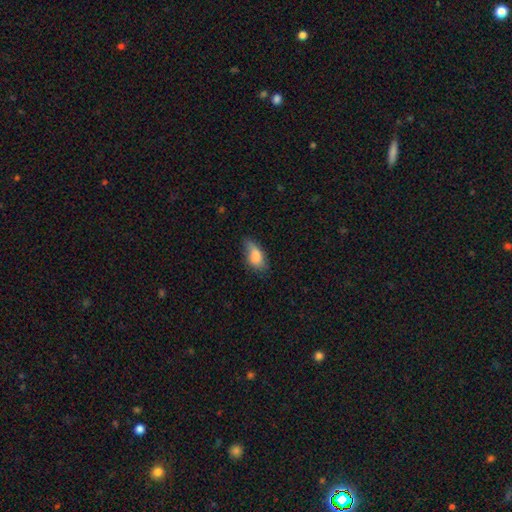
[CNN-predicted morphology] The model was most divided on "merging": none: 49%, minor disturbance: 37%, major disturbance: 12%, merger: 3%. More confident: how rounded — in between (87%); smooth or featured — smooth (81%).